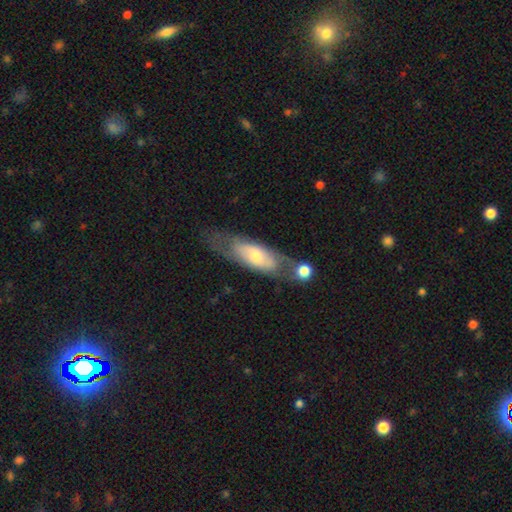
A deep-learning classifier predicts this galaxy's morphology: smooth_or_featured: featured or disk (p=0.53) [alt: smooth p=0.41]
disk_edge_on: no (p=0.73) [alt: yes p=0.27]
merging: none (p=0.55) [alt: minor disturbance p=0.22]